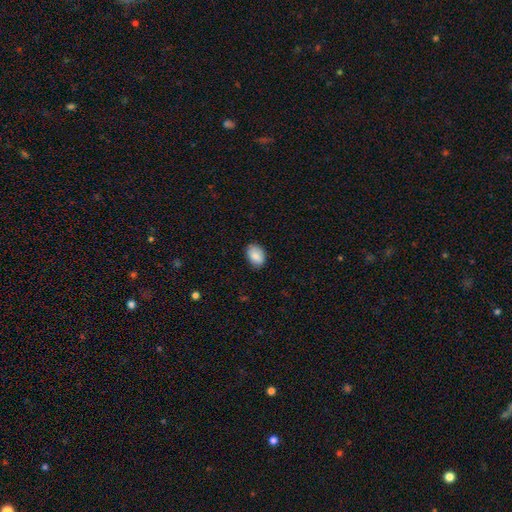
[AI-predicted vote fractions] smooth 85%, featured or disk 8%, star or artifact 7%. Down the decision tree: how rounded — in between (81%); merging — none (81%).